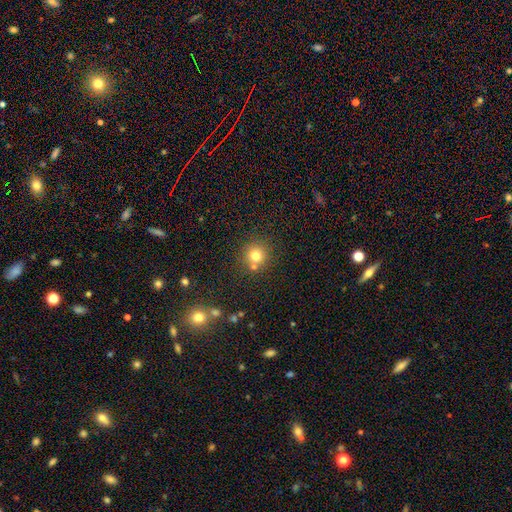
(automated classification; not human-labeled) A smooth galaxy with no disk features (77%) that is round (92%). Merging: none (73%).